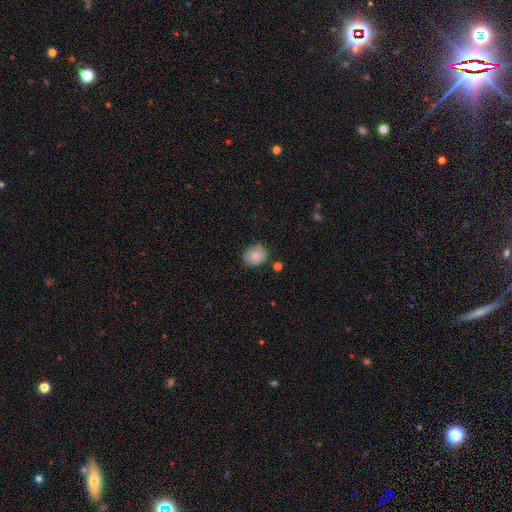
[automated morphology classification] Smooth or featured: smooth — 80% (featured or disk — 13%)
How rounded: round — 71% (in between — 29%)
Merging: none — 77% (minor disturbance — 17%)